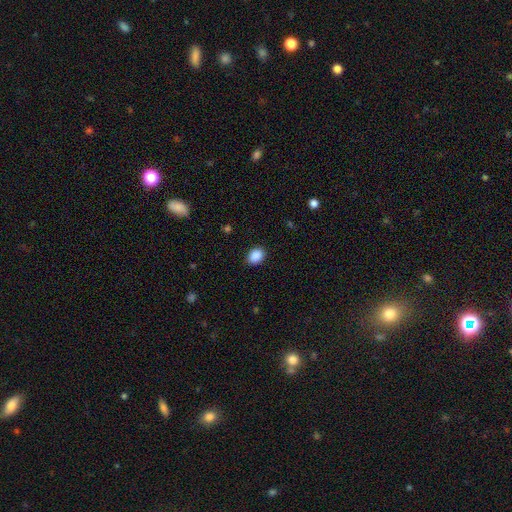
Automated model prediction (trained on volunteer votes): Smooth or featured: smooth — 89% (star or artifact — 8%)
How rounded: in between — 66% (round — 33%)
Merging: none — 89% (minor disturbance — 8%)